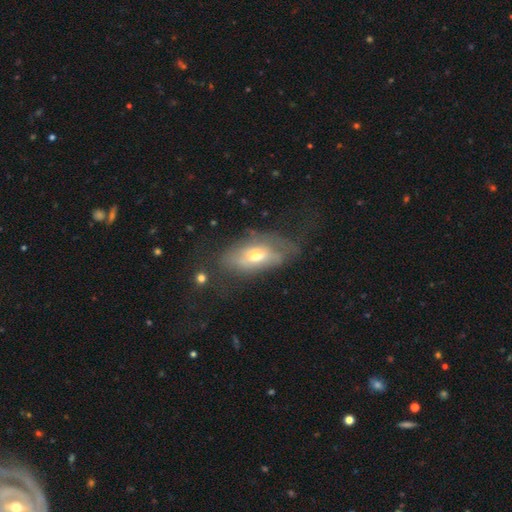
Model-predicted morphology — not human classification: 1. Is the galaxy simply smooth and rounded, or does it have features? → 47% smooth, 44% featured or disk, 9% star or artifact.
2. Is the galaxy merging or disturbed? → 40% none, 29% major disturbance, 27% minor disturbance, 3% merger.